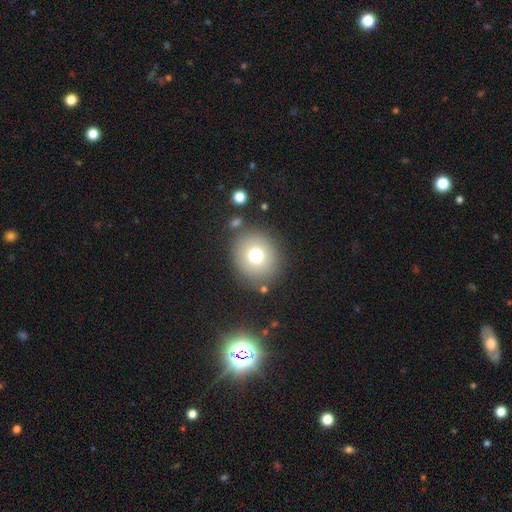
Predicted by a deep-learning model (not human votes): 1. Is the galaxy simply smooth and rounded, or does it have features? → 74% smooth, 14% featured or disk, 12% star or artifact.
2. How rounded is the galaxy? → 79% round, 21% in between, 1% cigar-shaped.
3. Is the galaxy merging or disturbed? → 83% none, 9% minor disturbance, 4% major disturbance, 4% merger.